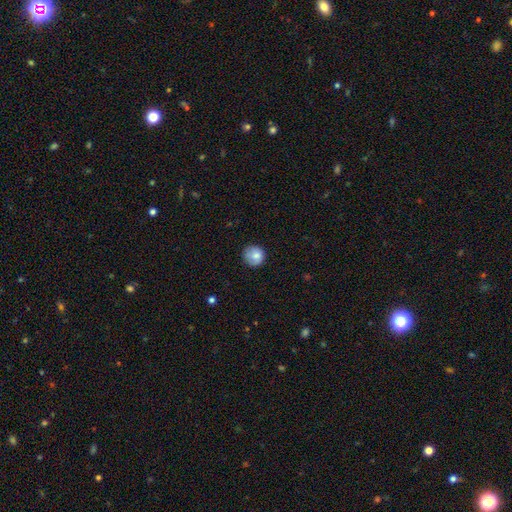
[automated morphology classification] Q: Smooth or featured?
A: smooth (79%); runner-up: featured or disk (13%)
Q: How rounded?
A: round (91%); runner-up: in between (8%)
Q: Merging?
A: none (78%); runner-up: minor disturbance (17%)